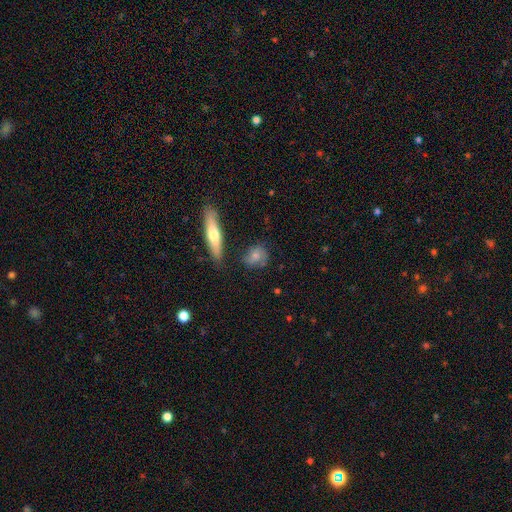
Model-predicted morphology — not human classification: This appears to be a smooth galaxy with no disk features (55%) that is round (46%). Merging: none (65%).